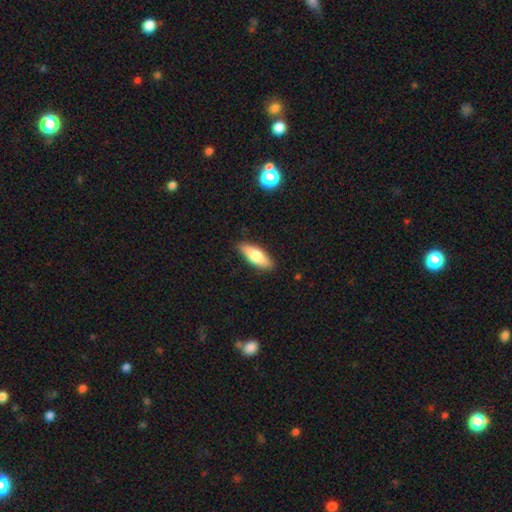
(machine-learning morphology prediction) The model was most divided on "how rounded": in between: 70%, cigar-shaped: 28%, round: 2%. More confident: merging — none (87%); smooth or featured — smooth (75%).